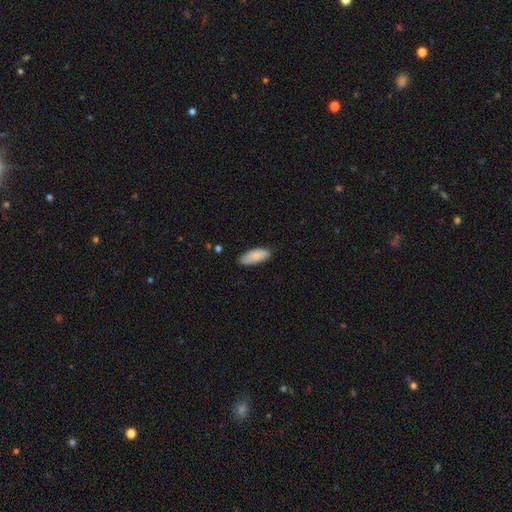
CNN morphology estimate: type=smooth (84%); roundness=in between (80%); merging=none (79%).